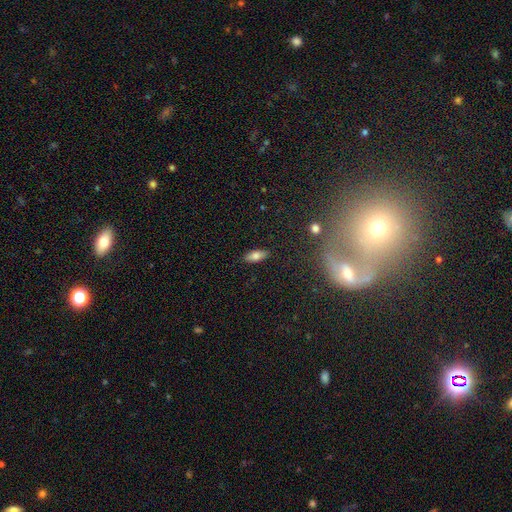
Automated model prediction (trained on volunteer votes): Smooth or featured? smooth (78%)
How rounded? in between (81%)
Merging? none (88%)